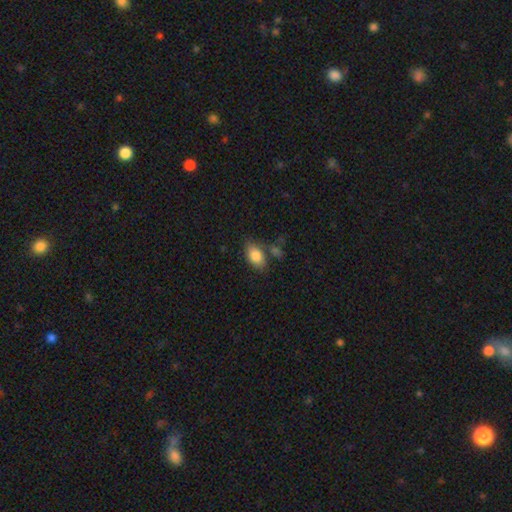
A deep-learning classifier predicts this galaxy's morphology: Smooth or featured?
  - smooth: 84% *
  - featured or disk: 9%
  - star or artifact: 7%
How rounded?
  - in between: 88% *
  - round: 9%
  - cigar-shaped: 2%
Merging?
  - none: 68% *
  - minor disturbance: 18%
  - merger: 10%
  - major disturbance: 5%